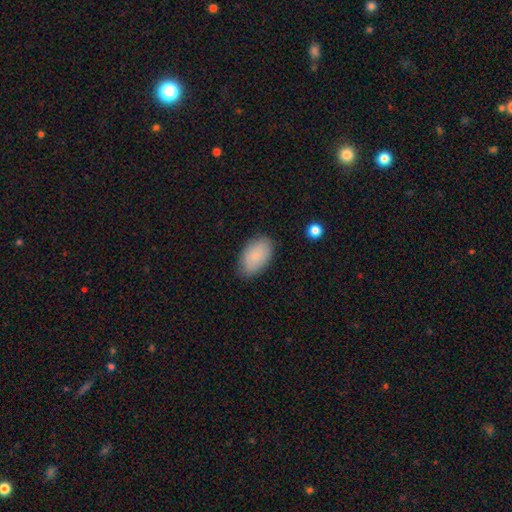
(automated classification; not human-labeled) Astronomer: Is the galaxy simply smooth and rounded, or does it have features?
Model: smooth — 87%.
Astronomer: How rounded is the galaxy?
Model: in between — 94%.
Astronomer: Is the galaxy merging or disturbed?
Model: none — 84%.